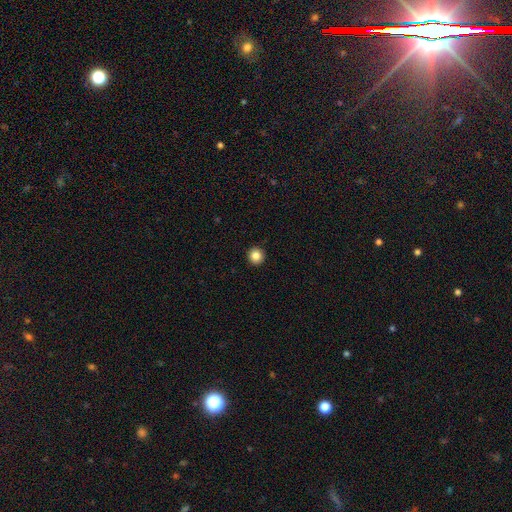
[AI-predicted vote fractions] Q: Smooth or featured?
A: smooth (86%); runner-up: star or artifact (10%)
Q: How rounded?
A: round (96%); runner-up: in between (3%)
Q: Merging?
A: none (94%); runner-up: minor disturbance (4%)